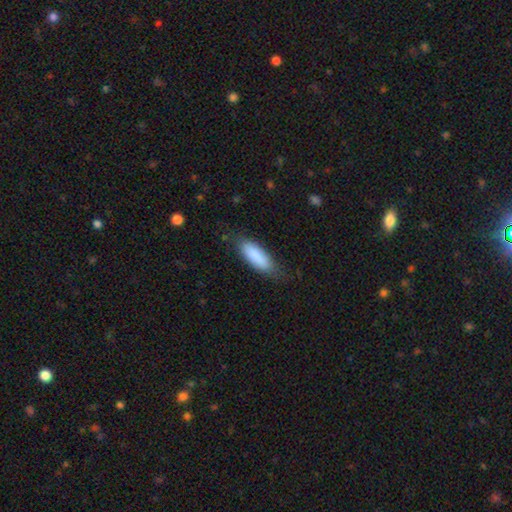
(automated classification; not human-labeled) A smooth galaxy with no disk features (86%) that is in between round and cigar-shaped (65%).

Vote fractions:
- Smooth or featured? smooth: 86% / featured or disk: 8% / star or artifact: 6%
- How rounded? in between: 65% / cigar-shaped: 33% / round: 2%
- Merging? none: 73% / minor disturbance: 21% / major disturbance: 5% / merger: 1%